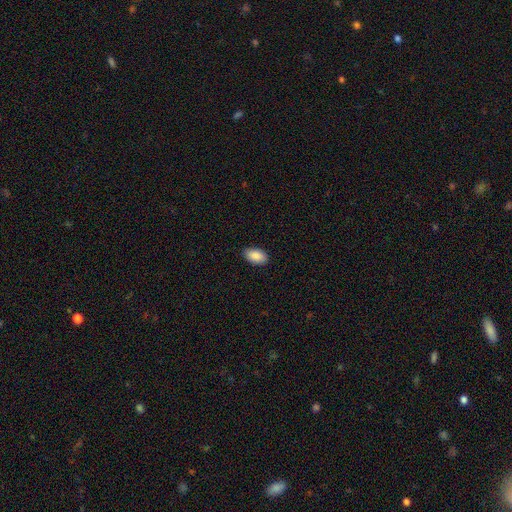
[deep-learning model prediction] smooth_or_featured: smooth (p=0.89) [alt: star or artifact p=0.06]
how_rounded: in between (p=0.95) [alt: round p=0.04]
merging: none (p=0.87) [alt: minor disturbance p=0.10]